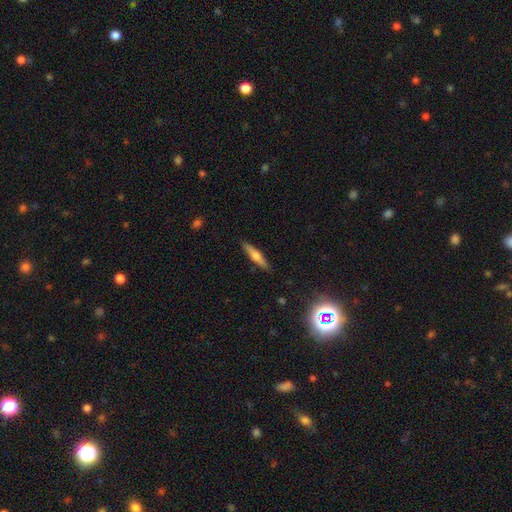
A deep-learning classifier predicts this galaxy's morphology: Smooth or featured: smooth — 49% (featured or disk — 44%)
Merging: none — 88% (minor disturbance — 9%)